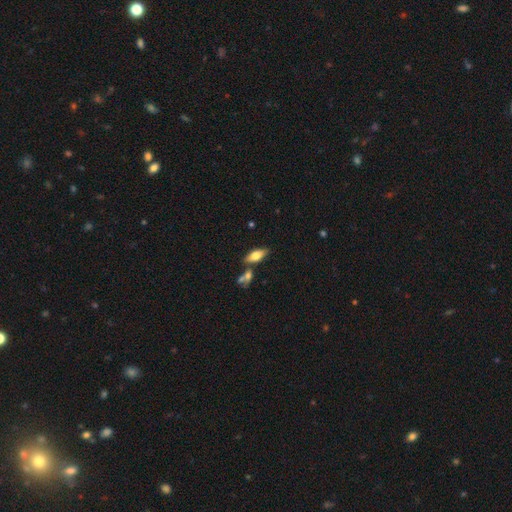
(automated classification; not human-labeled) This is likely a smooth galaxy (61%). How rounded: likely in between (72%). Merging: likely none (69%).